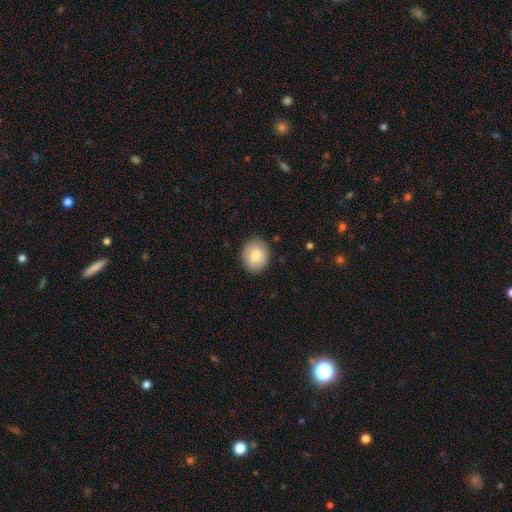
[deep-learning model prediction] smooth-or-featured: smooth: 76% | featured or disk: 17% | star or artifact: 7%
  how-rounded: round: 65% | in between: 35% | cigar-shaped: 1%
  merging: none: 86% | minor disturbance: 11% | major disturbance: 2% | merger: 1%